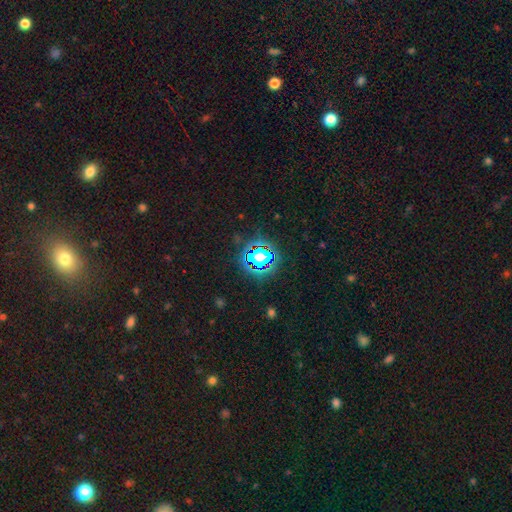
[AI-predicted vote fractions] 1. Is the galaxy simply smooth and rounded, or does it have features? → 65% star or artifact, 24% smooth, 11% featured or disk.